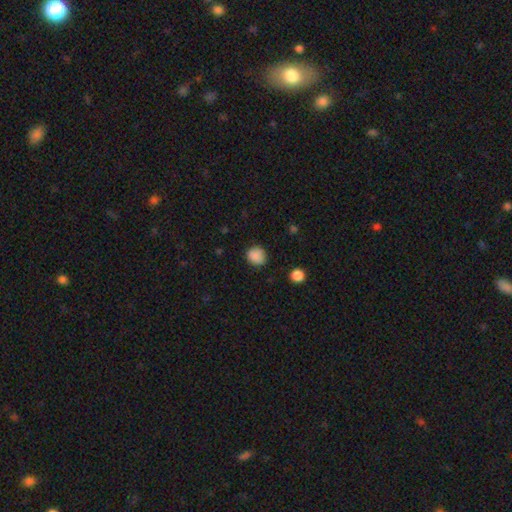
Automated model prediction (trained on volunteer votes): Q: Smooth or featured?
A: smooth (87%); runner-up: star or artifact (9%)
Q: How rounded?
A: round (86%); runner-up: in between (13%)
Q: Merging?
A: none (86%); runner-up: minor disturbance (10%)